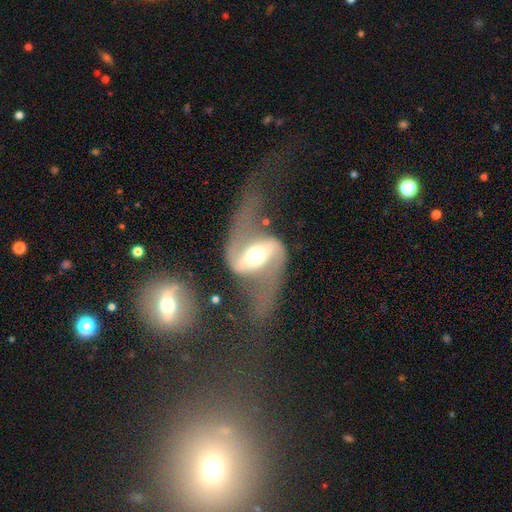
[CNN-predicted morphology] This is clearly a featured or disk galaxy (90%). It is clearly not viewed edge-on (93%). Bar: likely strong (61%). Spiral arm pattern: clearly yes (94%). Spiral arm count: clearly 2 (94%). Spiral winding: likely loose (76%). Central bulge: likely moderate (66%). Merging: possibly none (55%).